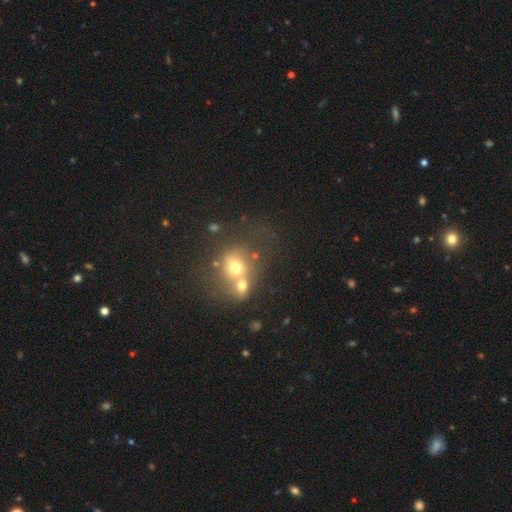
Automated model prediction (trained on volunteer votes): A smooth galaxy with no disk features (56%) that is round (65%).

Vote fractions:
- Smooth or featured? smooth: 56% / featured or disk: 25% / star or artifact: 19%
- How rounded? round: 65% / in between: 34% / cigar-shaped: 1%
- Merging? merger: 59% / none: 26% / minor disturbance: 8% / major disturbance: 7%